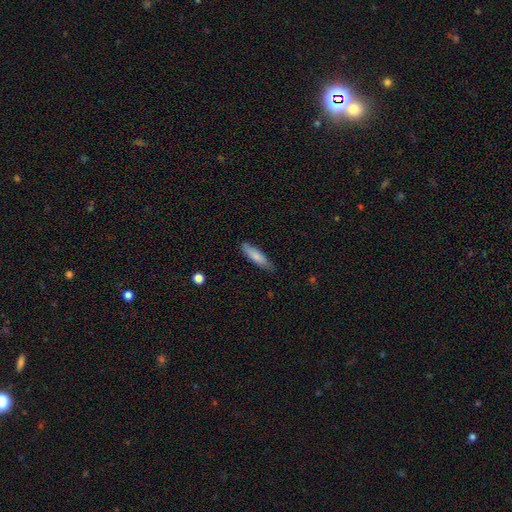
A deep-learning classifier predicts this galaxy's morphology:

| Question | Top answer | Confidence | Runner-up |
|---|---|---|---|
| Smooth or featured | smooth | 80% | featured or disk (14%) |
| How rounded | cigar-shaped | 67% | in between (31%) |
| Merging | none | 79% | minor disturbance (18%) |